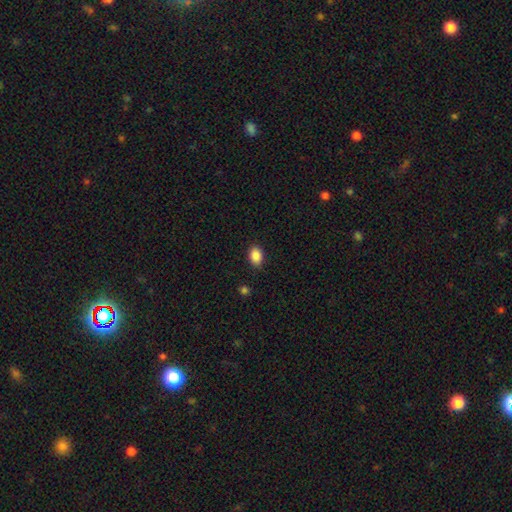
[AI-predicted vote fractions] Q: Smooth or featured?
A: smooth (88%); runner-up: star or artifact (9%)
Q: How rounded?
A: in between (78%); runner-up: round (21%)
Q: Merging?
A: none (87%); runner-up: minor disturbance (10%)